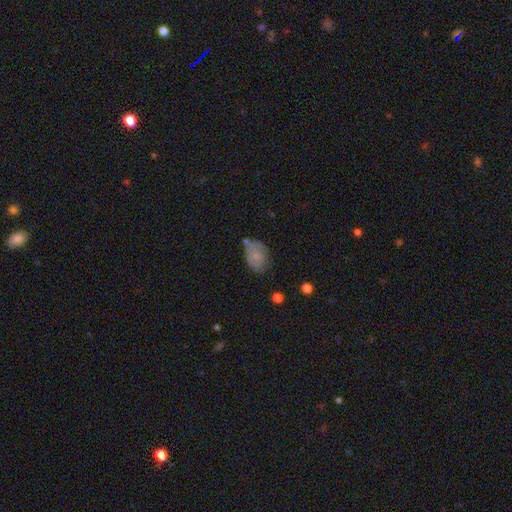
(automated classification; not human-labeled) A smooth galaxy with no disk features (78%) that is in between round and cigar-shaped (81%).

Vote fractions:
- Smooth or featured? smooth: 78% / featured or disk: 13% / star or artifact: 9%
- How rounded? in between: 81% / round: 18% / cigar-shaped: 1%
- Merging? none: 60% / minor disturbance: 26% / major disturbance: 7% / merger: 6%